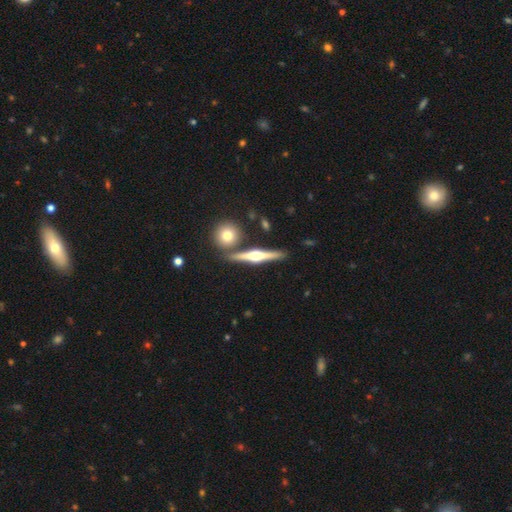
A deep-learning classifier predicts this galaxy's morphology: Smooth or featured? featured or disk (76%)
Edge-on disk? yes (98%)
Edge-on bulge? rounded (94%)
Merging? none (83%)